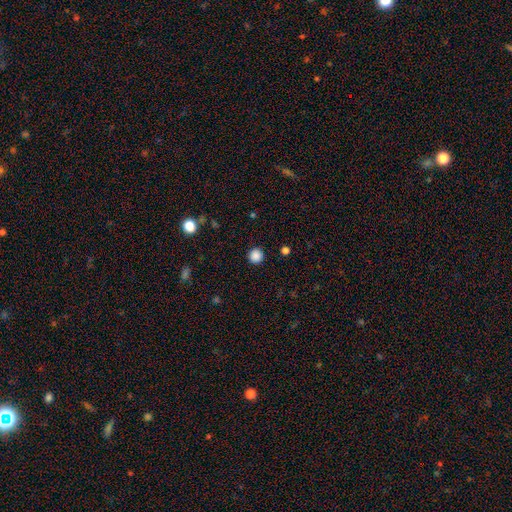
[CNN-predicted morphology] Smooth or featured: smooth — 87% (star or artifact — 11%)
How rounded: round — 95% (in between — 4%)
Merging: none — 92% (minor disturbance — 5%)